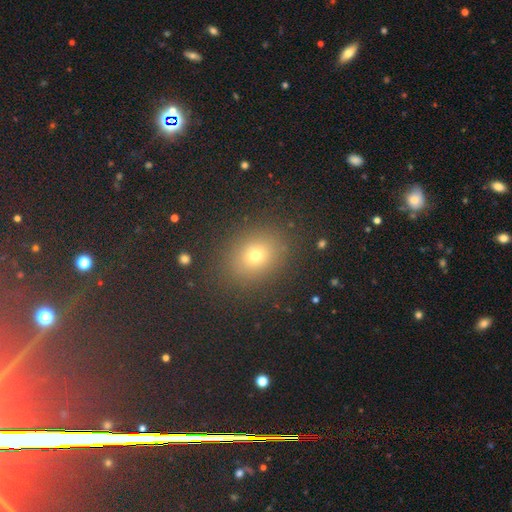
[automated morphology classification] smooth-or-featured: smooth: 63% | star or artifact: 29% | featured or disk: 8%
  how-rounded: round: 54% | in between: 44% | cigar-shaped: 2%
  merging: none: 89% | minor disturbance: 7% | major disturbance: 3% | merger: 2%